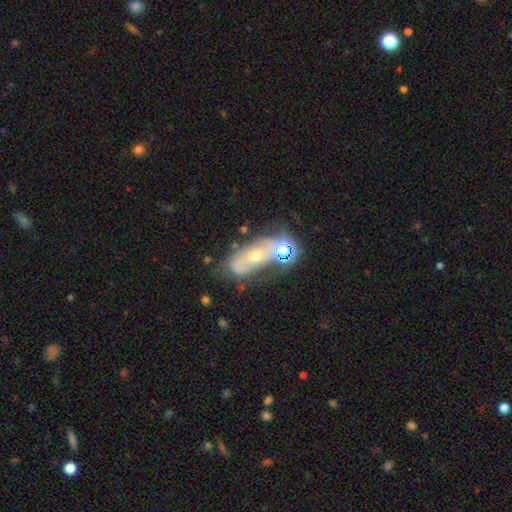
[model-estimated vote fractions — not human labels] featured or disk 54%, smooth 30%, star or artifact 17%. Down the decision tree: edge-on disk — no (89%); merging — none (41%).